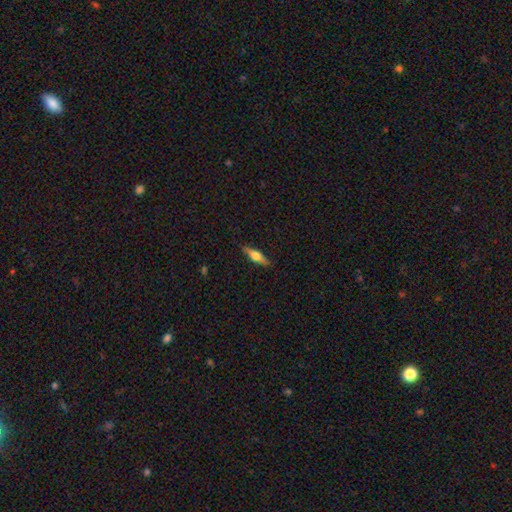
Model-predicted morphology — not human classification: smooth_or_featured: featured or disk (p=0.55) [alt: smooth p=0.39]
disk_edge_on: yes (p=0.95) [alt: no p=0.05]
edge_on_bulge: rounded (p=0.92) [alt: boxy p=0.06]
merging: none (p=0.88) [alt: minor disturbance p=0.09]